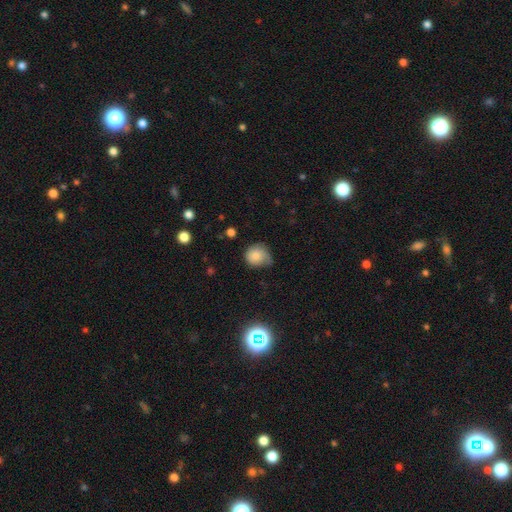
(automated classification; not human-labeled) A smooth galaxy with no disk features (74%) that is round (80%). Merging: none (45%).